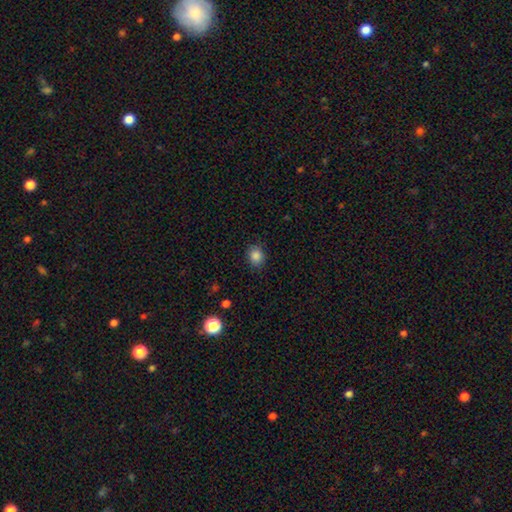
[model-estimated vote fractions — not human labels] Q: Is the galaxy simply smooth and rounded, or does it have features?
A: smooth — 85%.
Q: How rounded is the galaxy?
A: round — 65%.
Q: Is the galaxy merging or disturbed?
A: none — 86%.